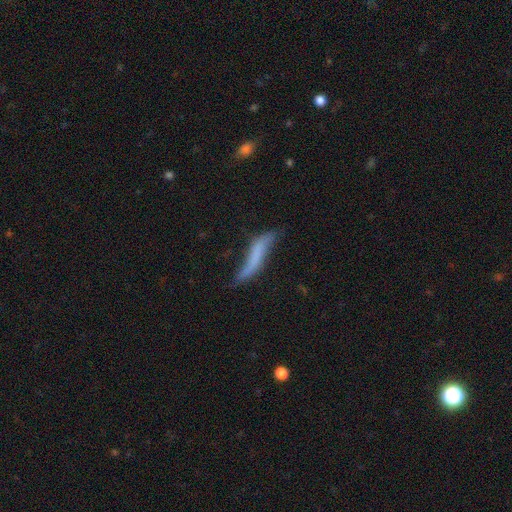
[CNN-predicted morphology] smooth_or_featured: featured or disk (p=0.47) [alt: smooth p=0.44]
merging: none (p=0.45) [alt: minor disturbance p=0.32]